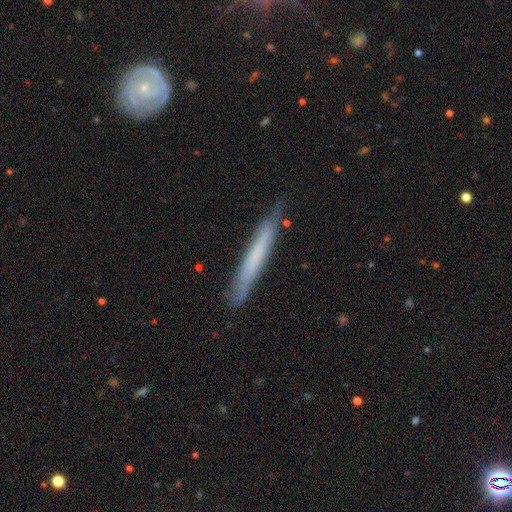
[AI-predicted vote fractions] smooth-or-featured: smooth: 54% | featured or disk: 40% | star or artifact: 7%
  how-rounded: cigar-shaped: 96% | in between: 3% | round: 1%
  merging: none: 78% | minor disturbance: 17% | major disturbance: 3% | merger: 2%